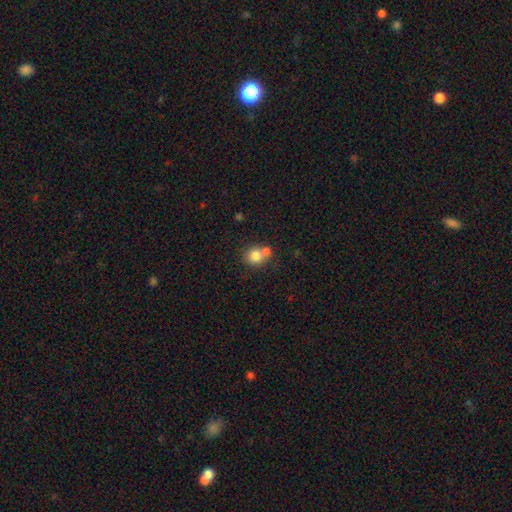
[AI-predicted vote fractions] Smooth or featured: smooth — 80% (star or artifact — 10%)
How rounded: round — 82% (in between — 17%)
Merging: none — 47% (merger — 41%)